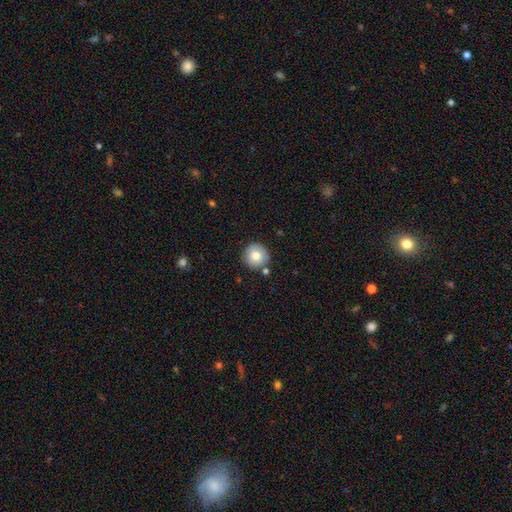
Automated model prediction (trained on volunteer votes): This appears to be a smooth galaxy with no disk features (80%) that is round (95%). Merging: none (84%).